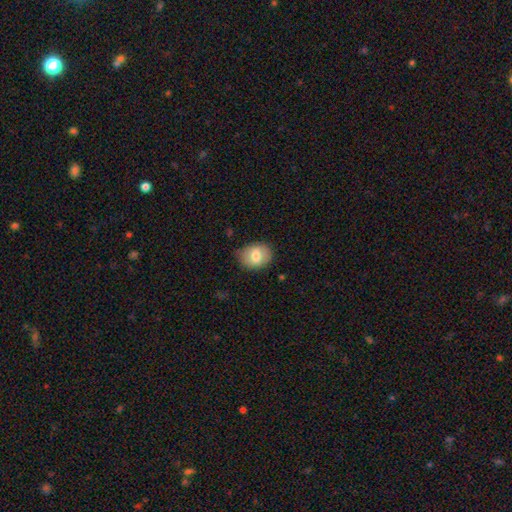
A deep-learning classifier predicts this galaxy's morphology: A smooth galaxy with no disk features (76%) that is in between round and cigar-shaped (58%). Merging: none (75%).